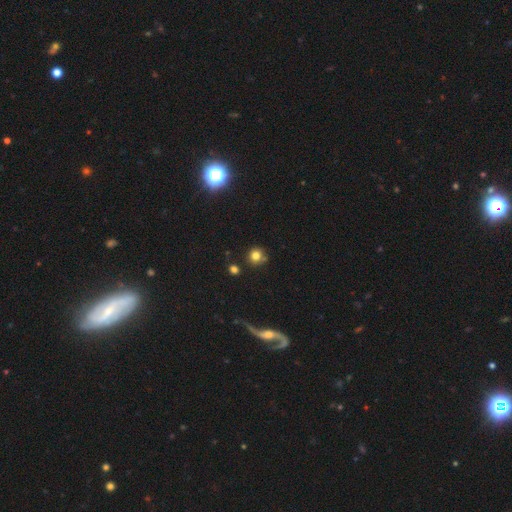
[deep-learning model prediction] The model was most divided on "smooth or featured": smooth: 78%, star or artifact: 15%, featured or disk: 7%. More confident: how rounded — round (91%); merging — none (78%).